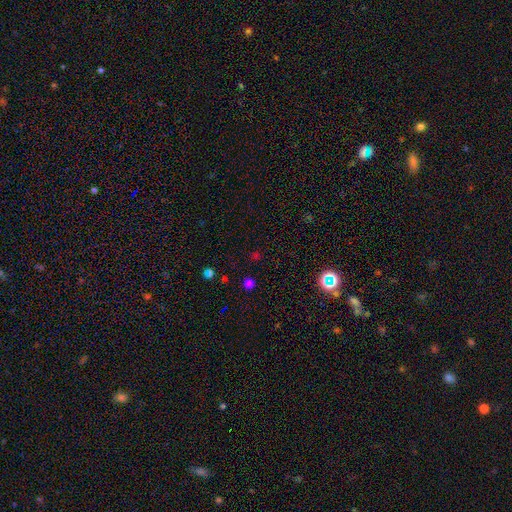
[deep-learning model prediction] Overall: star or artifact (52%; smooth 42%).